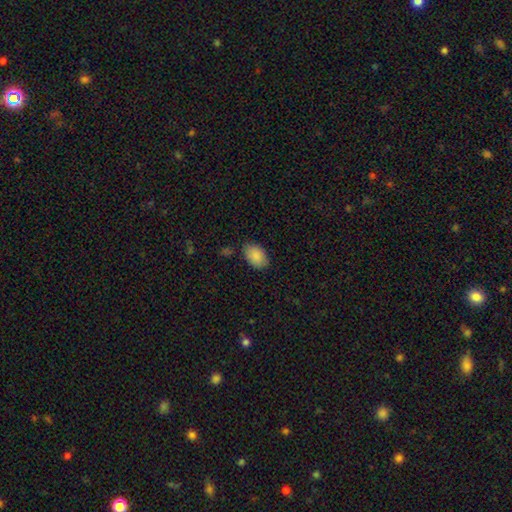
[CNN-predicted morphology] This is clearly a smooth galaxy (89%). How rounded: clearly in between (88%). Merging: clearly none (82%).